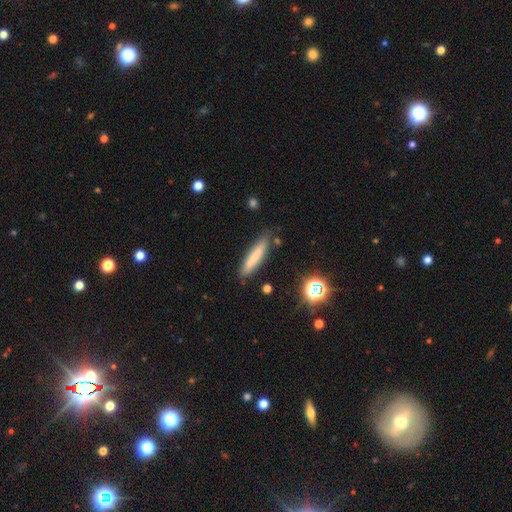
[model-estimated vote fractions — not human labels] Q: Smooth or featured?
A: smooth (72%); runner-up: featured or disk (18%)
Q: How rounded?
A: cigar-shaped (88%); runner-up: in between (10%)
Q: Merging?
A: none (82%); runner-up: minor disturbance (13%)